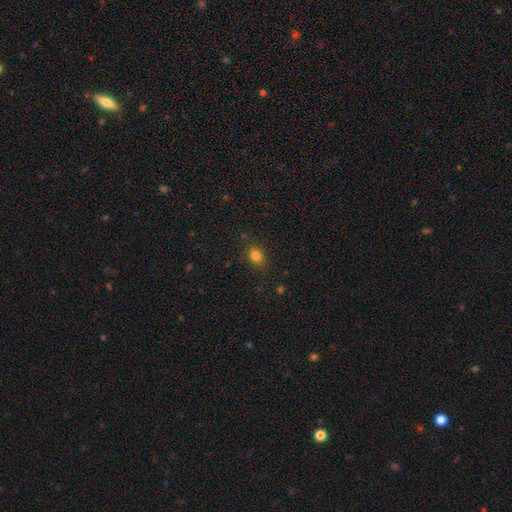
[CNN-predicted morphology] Q: Smooth or featured?
A: smooth (81%); runner-up: star or artifact (13%)
Q: How rounded?
A: round (50%); runner-up: in between (49%)
Q: Merging?
A: none (83%); runner-up: minor disturbance (12%)